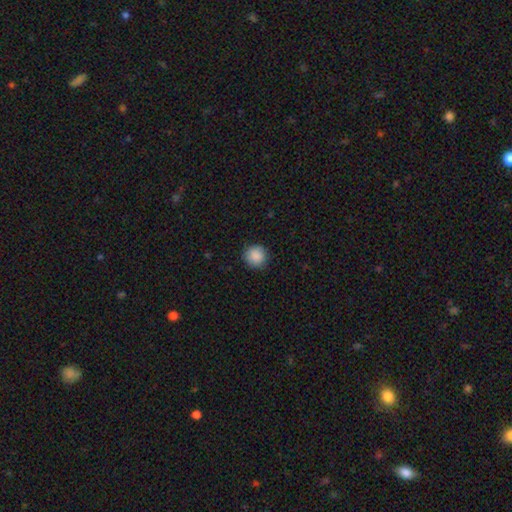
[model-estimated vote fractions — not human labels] Overall: smooth (89%). How rounded: round (94%). Merging: none (89%).